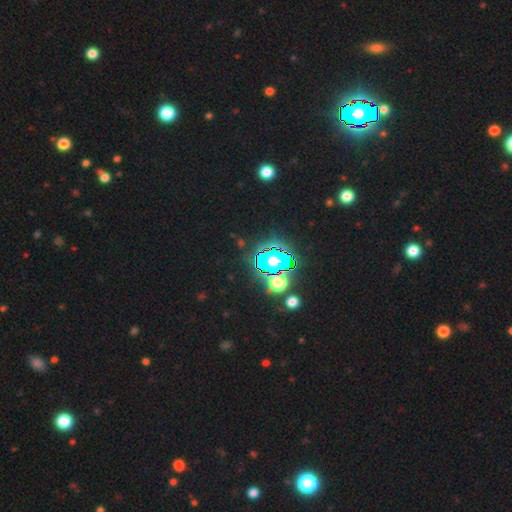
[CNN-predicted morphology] Smooth or featured? star or artifact (83%)